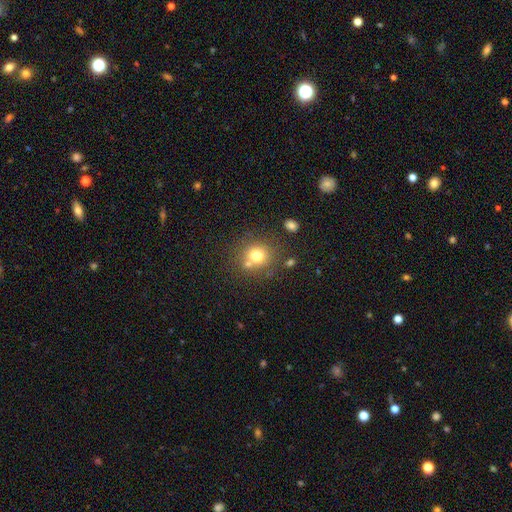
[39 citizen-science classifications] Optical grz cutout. It shows a smooth galaxy with no disk features (77%) that is round (97%). Merging: none (59%).